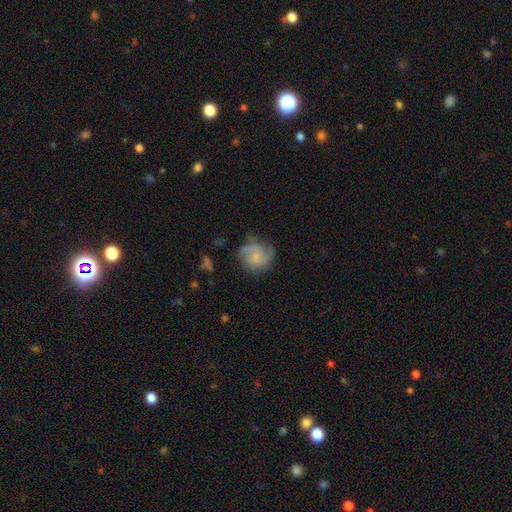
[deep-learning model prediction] Overall: featured or disk (56%; smooth 36%). Edge-on disk: no (98%). Bar: no (71%). Spiral arms: yes (87%). Bulge size: small (46%; none 27%). Merging: none (58%; minor disturbance 25%).